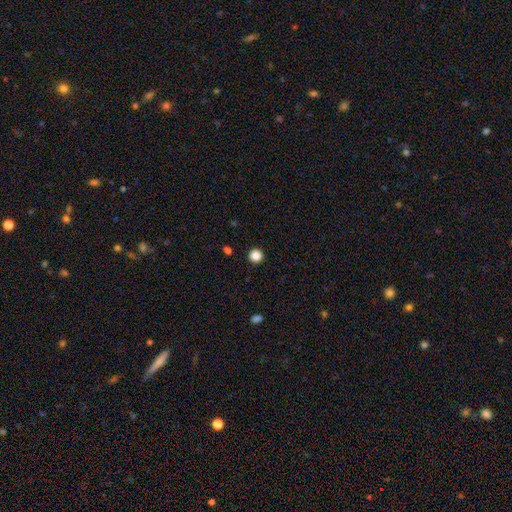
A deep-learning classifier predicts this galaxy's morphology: This is clearly a smooth galaxy (86%). How rounded: clearly round (96%). Merging: clearly none (93%).